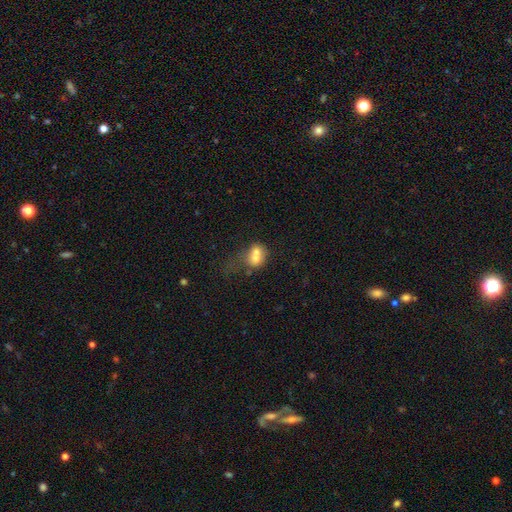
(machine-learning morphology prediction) smooth-or-featured: smooth: 65% | featured or disk: 24% | star or artifact: 11%
  how-rounded: in between: 51% | round: 47% | cigar-shaped: 2%
  merging: merger: 64% | none: 17% | major disturbance: 10% | minor disturbance: 9%